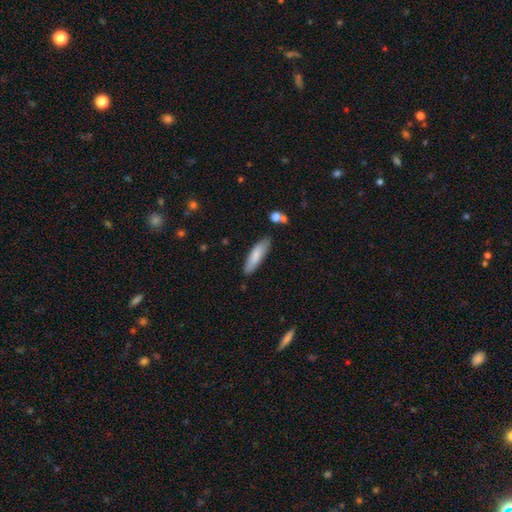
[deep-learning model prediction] smooth 81%, featured or disk 13%, star or artifact 6%. Down the decision tree: how rounded — cigar-shaped (66%); merging — none (82%).